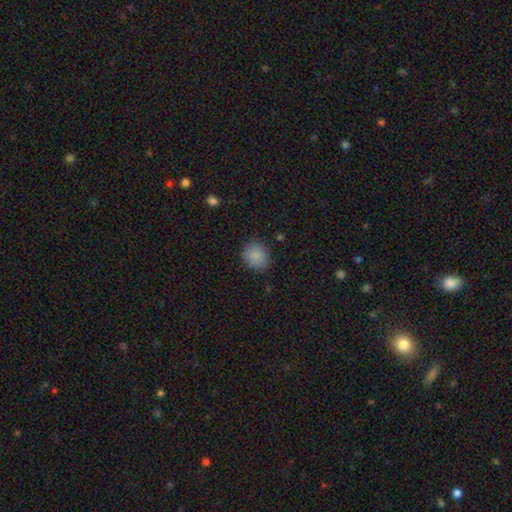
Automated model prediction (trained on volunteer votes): smooth_or_featured: smooth (p=0.86) [alt: star or artifact p=0.10]
how_rounded: round (p=0.68) [alt: in between p=0.31]
merging: none (p=0.84) [alt: minor disturbance p=0.12]